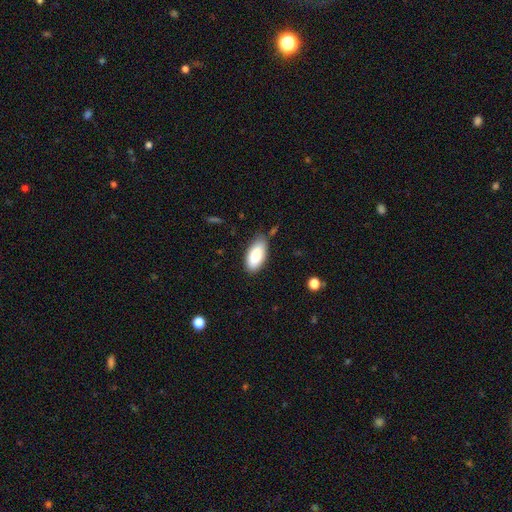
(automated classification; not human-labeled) A smooth galaxy with no disk features (83%) that is in between round and cigar-shaped (92%).

Vote fractions:
- Smooth or featured? smooth: 83% / featured or disk: 10% / star or artifact: 7%
- How rounded? in between: 92% / cigar-shaped: 6% / round: 2%
- Merging? none: 78% / minor disturbance: 17% / major disturbance: 3% / merger: 3%